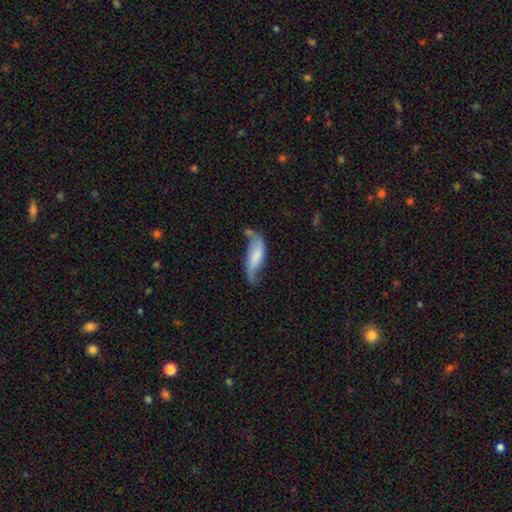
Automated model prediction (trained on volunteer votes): Morphology: type=featured or disk (63%); edge-on=no (87%); bar=no (46%); spiral arms=yes (87%); bulge=none (37%); merging=none (47%).